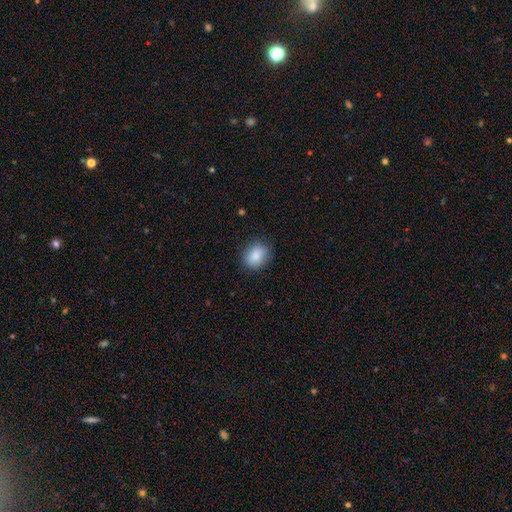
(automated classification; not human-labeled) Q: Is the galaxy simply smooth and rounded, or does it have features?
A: smooth — 87%.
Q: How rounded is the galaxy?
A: in between — 51%.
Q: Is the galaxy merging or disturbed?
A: none — 85%.